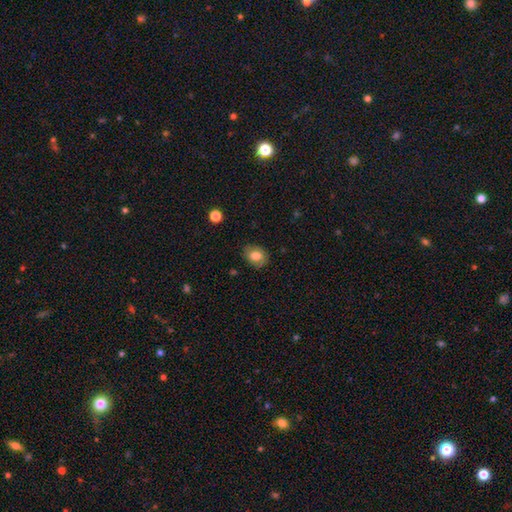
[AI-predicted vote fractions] smooth 78%, featured or disk 13%, star or artifact 9%. Down the decision tree: how rounded — in between (61%); merging — none (82%).